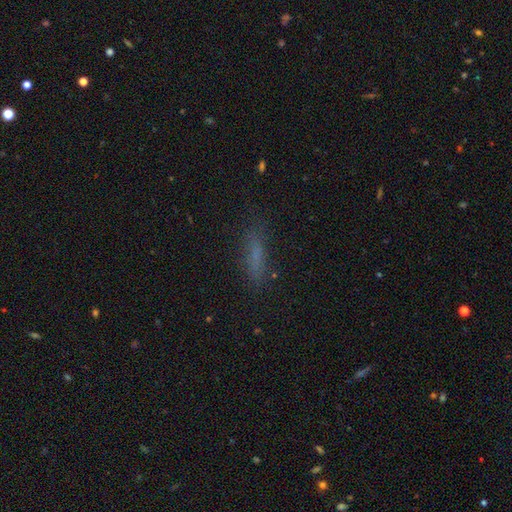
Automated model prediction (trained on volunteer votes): Morphology: type=smooth (67%); roundness=cigar-shaped (76%); merging=none (78%).